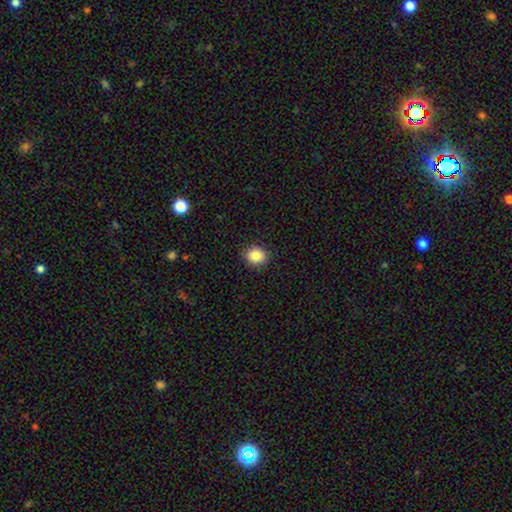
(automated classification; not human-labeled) Smooth or featured? Predicted: smooth (p=0.86). How rounded? Predicted: round (p=0.71). Merging? Predicted: none (p=0.89).